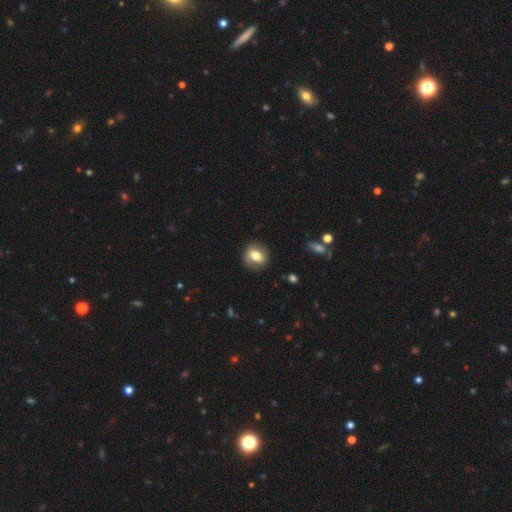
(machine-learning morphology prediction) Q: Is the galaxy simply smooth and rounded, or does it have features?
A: smooth — 64%.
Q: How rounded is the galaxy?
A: round — 62%.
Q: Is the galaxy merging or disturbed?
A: none — 81%.